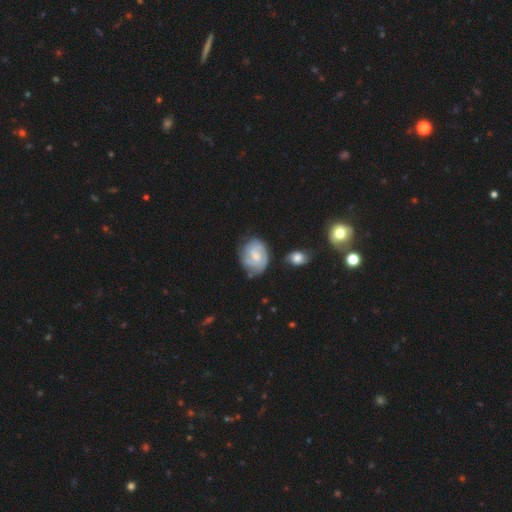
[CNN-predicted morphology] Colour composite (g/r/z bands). It shows a featured or disk galaxy (61%) with no bar (49%), 2 (42%) tight (55%) spiral arms (85%) and a moderate central bulge (43%, tied with small). Merging: none (64%).